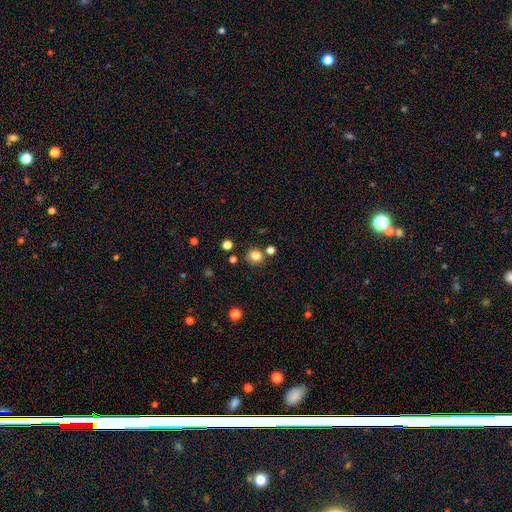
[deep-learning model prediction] The model was most divided on "merging": none: 77%, minor disturbance: 11%, merger: 9%, major disturbance: 3%. More confident: how rounded — round (83%); smooth or featured — smooth (81%).